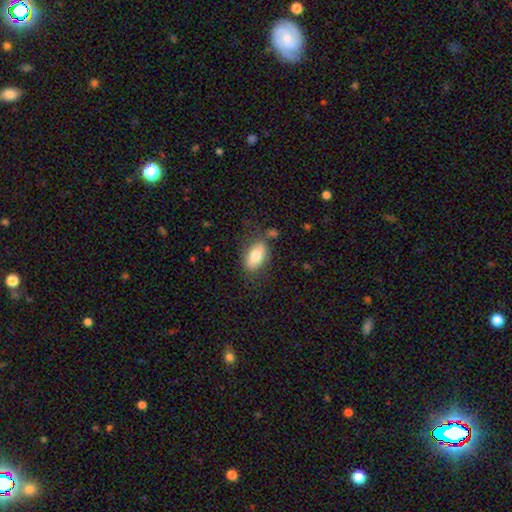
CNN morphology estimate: Smooth or featured? smooth (78%)
How rounded? in between (90%)
Merging? none (74%)